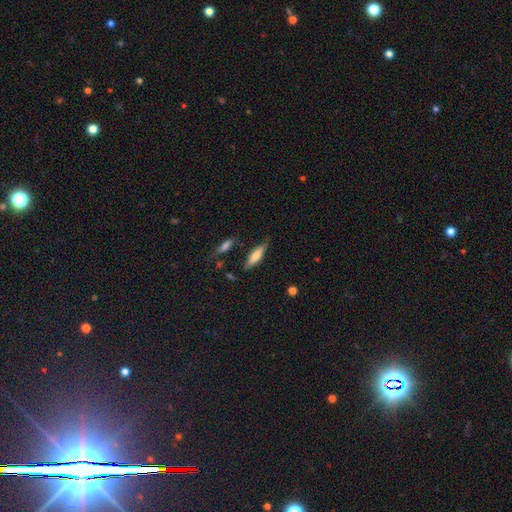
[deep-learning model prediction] Smooth or featured? Predicted: smooth (p=0.62). How rounded? Predicted: cigar-shaped (p=0.66). Merging? Predicted: none (p=0.76).